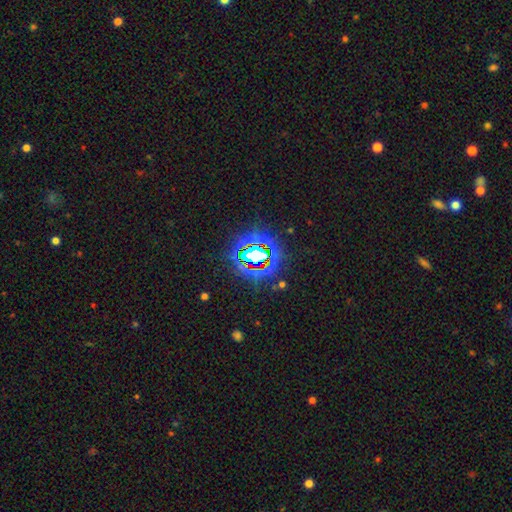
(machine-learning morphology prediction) smooth_or_featured: star or artifact (p=0.75) [alt: smooth p=0.14]